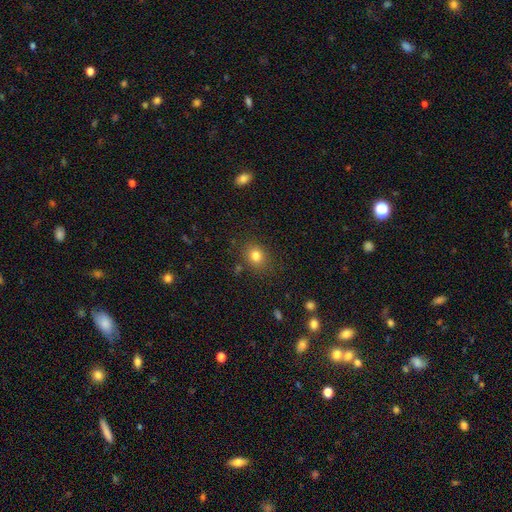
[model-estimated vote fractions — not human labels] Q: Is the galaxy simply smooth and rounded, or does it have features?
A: smooth — 81%.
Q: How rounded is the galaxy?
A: round — 64%.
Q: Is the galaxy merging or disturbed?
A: none — 83%.